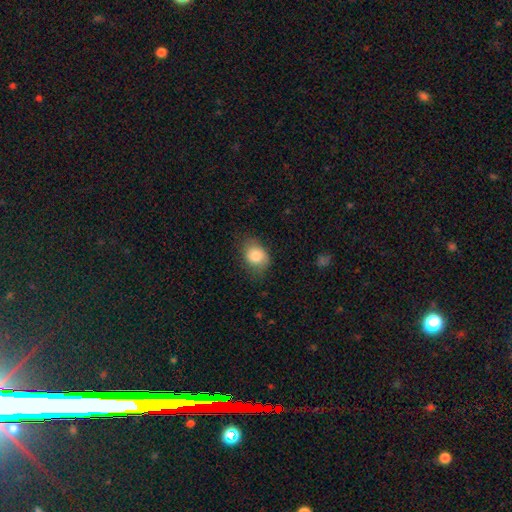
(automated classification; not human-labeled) A smooth galaxy with no disk features (82%) that is in between round and cigar-shaped (57%).

Vote fractions:
- Smooth or featured? smooth: 82% / featured or disk: 10% / star or artifact: 8%
- How rounded? in between: 57% / round: 42% / cigar-shaped: 1%
- Merging? none: 65% / minor disturbance: 26% / major disturbance: 8% / merger: 1%